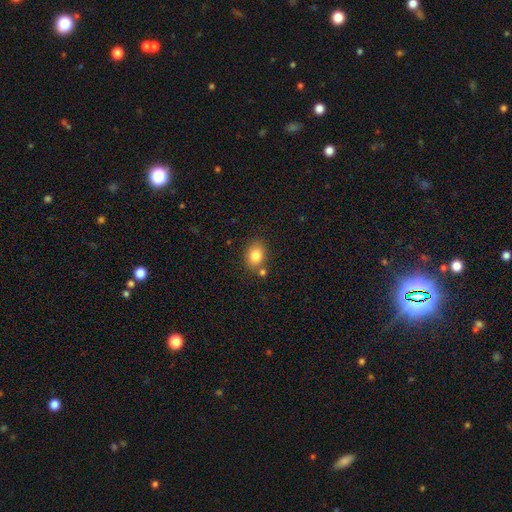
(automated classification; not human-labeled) This is clearly a smooth galaxy (82%). How rounded: possibly in between (59%). Merging: likely none (72%).